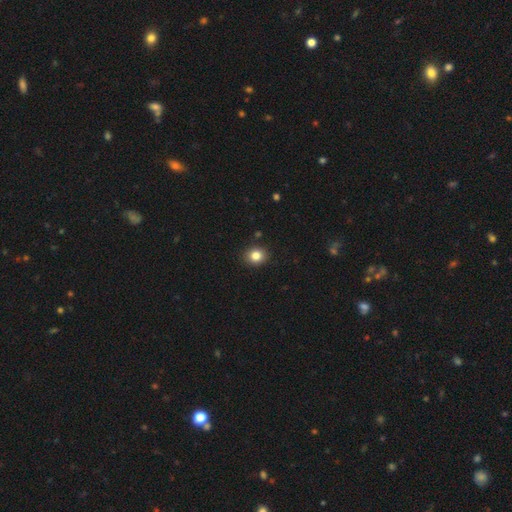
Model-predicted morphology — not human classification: smooth_or_featured: smooth (p=0.84) [alt: star or artifact p=0.11]
how_rounded: round (p=0.72) [alt: in between p=0.27]
merging: none (p=0.89) [alt: minor disturbance p=0.07]